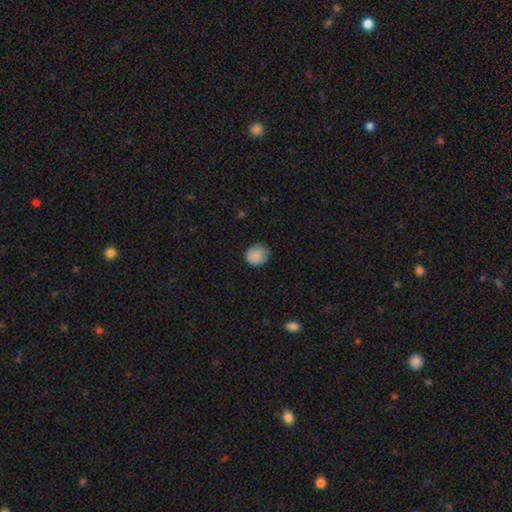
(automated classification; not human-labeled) Smooth or featured? smooth (86%)
How rounded? round (79%)
Merging? none (73%)